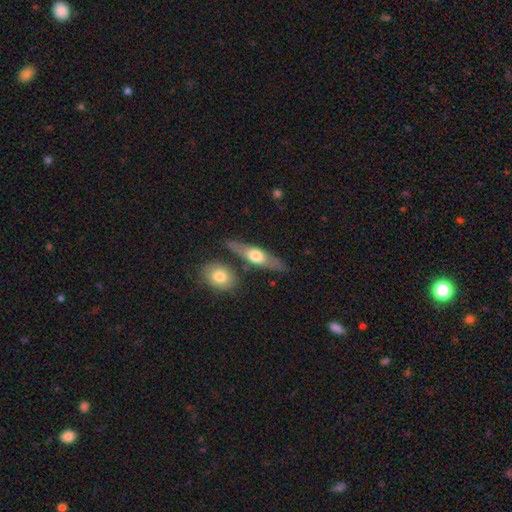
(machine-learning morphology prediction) Smooth or featured: featured or disk — 54% (smooth — 41%)
Edge-on disk: yes — 80% (no — 20%)
Merging: none — 75% (minor disturbance — 13%)